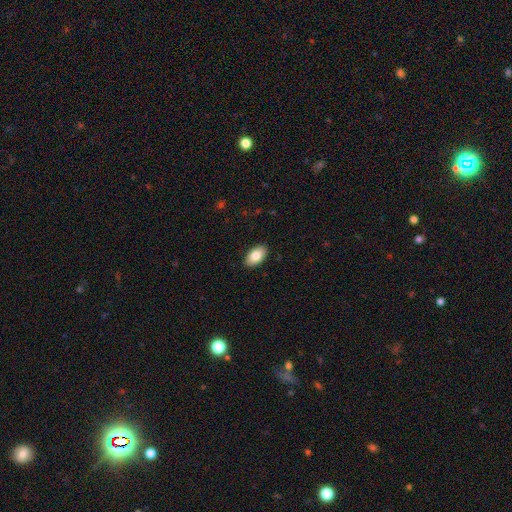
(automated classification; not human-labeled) Smooth or featured? smooth (83%)
How rounded? in between (94%)
Merging? none (90%)